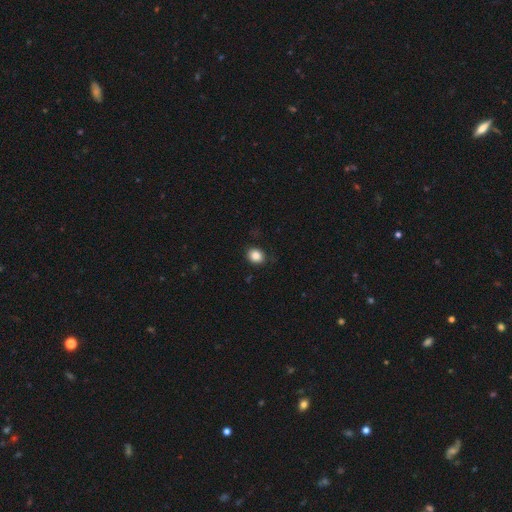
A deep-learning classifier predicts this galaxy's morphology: Smooth or featured?
  - smooth: 86% *
  - star or artifact: 10%
  - featured or disk: 4%
How rounded?
  - round: 63% *
  - in between: 36%
  - cigar-shaped: 1%
Merging?
  - none: 81% *
  - minor disturbance: 14%
  - major disturbance: 3%
  - merger: 1%